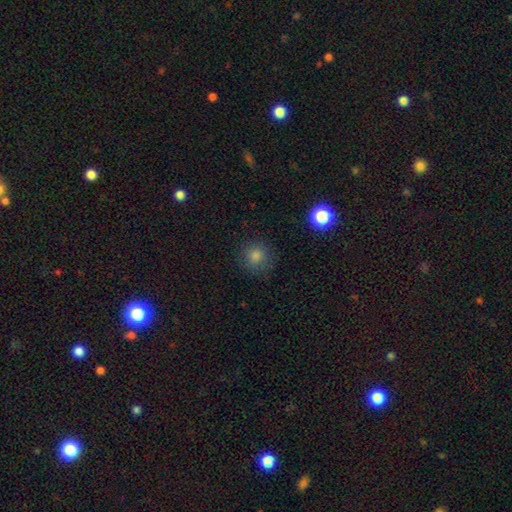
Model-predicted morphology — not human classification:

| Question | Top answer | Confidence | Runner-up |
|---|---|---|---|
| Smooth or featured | smooth | 80% | star or artifact (14%) |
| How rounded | round | 91% | in between (8%) |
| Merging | none | 87% | minor disturbance (9%) |